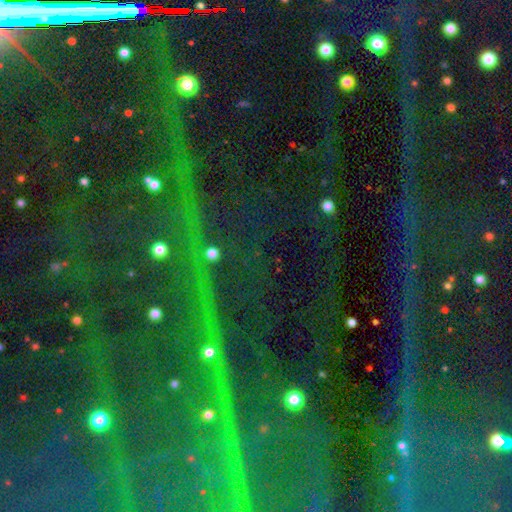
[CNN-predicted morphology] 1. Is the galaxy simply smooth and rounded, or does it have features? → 85% star or artifact, 7% featured or disk, 7% smooth.